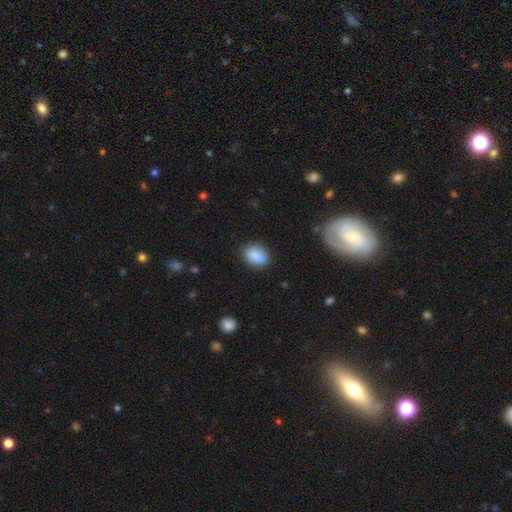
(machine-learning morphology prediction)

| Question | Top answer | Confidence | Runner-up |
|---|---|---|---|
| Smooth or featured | smooth | 88% | star or artifact (8%) |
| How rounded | in between | 68% | round (30%) |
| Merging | none | 81% | minor disturbance (14%) |